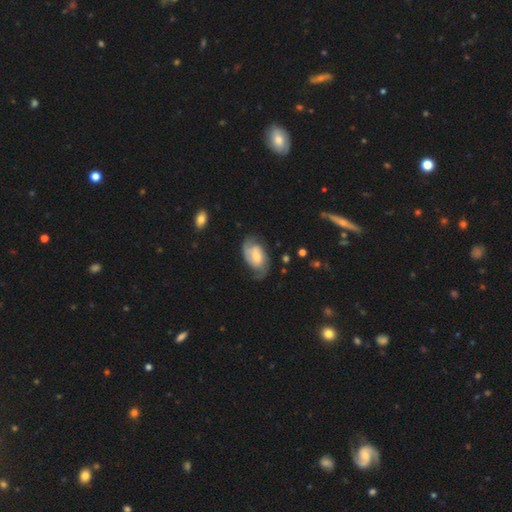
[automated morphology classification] Q: Smooth or featured?
A: featured or disk (69%); runner-up: smooth (25%)
Q: Edge-on disk?
A: no (96%); runner-up: yes (4%)
Q: Bar?
A: no (56%); runner-up: weak (36%)
Q: Spiral arms?
A: yes (91%); runner-up: no (9%)
Q: Spiral winding?
A: medium (43%); runner-up: tight (31%)
Q: Spiral arm count?
A: 2 (75%); runner-up: can't tell (13%)
Q: Bulge size?
A: moderate (43%); runner-up: small (41%)
Q: Merging?
A: none (59%); runner-up: minor disturbance (25%)